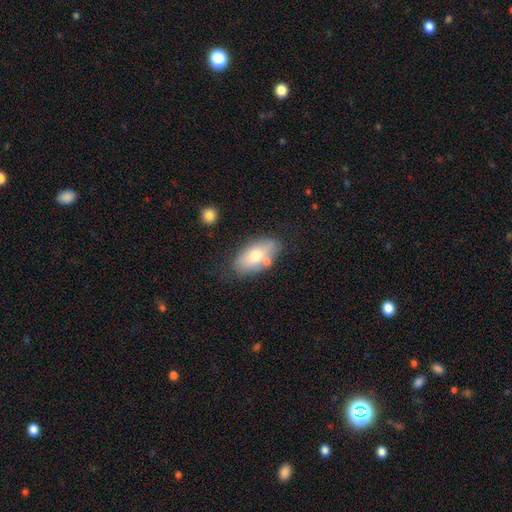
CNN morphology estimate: smooth 68%, featured or disk 26%, star or artifact 7%. Down the decision tree: how rounded — in between (91%); merging — none (65%).